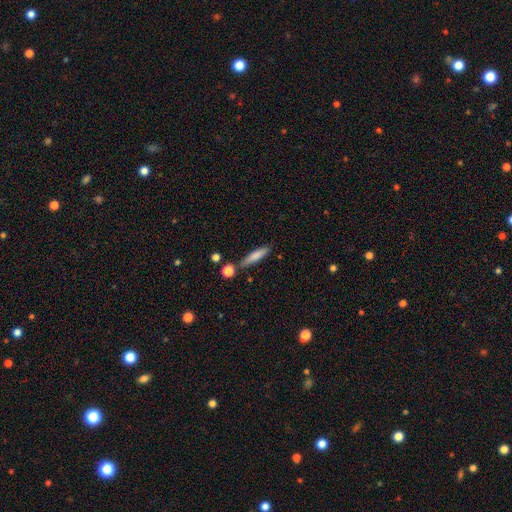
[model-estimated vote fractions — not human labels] smooth-or-featured: smooth: 77% | featured or disk: 16% | star or artifact: 7%
  how-rounded: cigar-shaped: 82% | in between: 16% | round: 2%
  merging: none: 75% | minor disturbance: 15% | merger: 7% | major disturbance: 4%